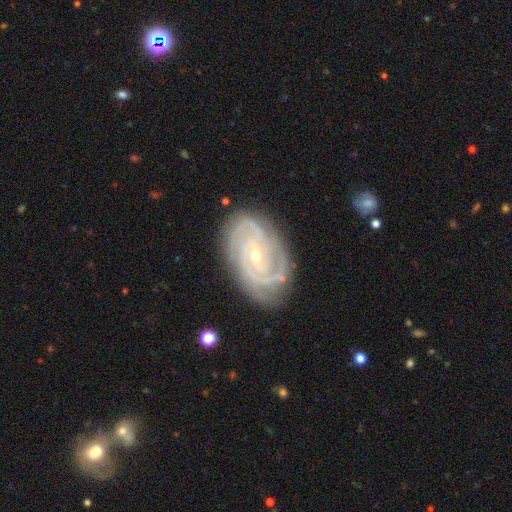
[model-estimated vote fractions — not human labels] smooth-or-featured: featured or disk: 90% | star or artifact: 5% | smooth: 4%
  disk-edge-on: no: 97% | yes: 3%
    bar: no: 65% | weak: 26% | strong: 9%
    has-spiral-arms: yes: 98% | no: 2%
      spiral-winding: tight: 74% | medium: 23% | loose: 3%
      spiral-arm-count: 3: 33% | 2: 25% | 4: 16% | can't tell: 14% | more than 4: 6% | 1: 6%
    bulge-size: small: 73% | moderate: 24% | large: 1% | none: 1% | dominant: 1%
  merging: none: 80% | minor disturbance: 15% | major disturbance: 4% | merger: 1%